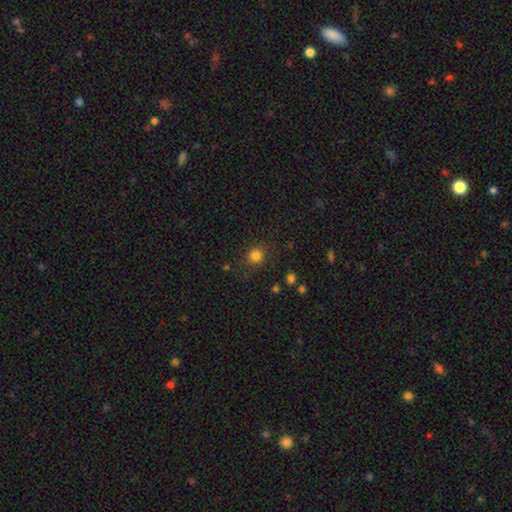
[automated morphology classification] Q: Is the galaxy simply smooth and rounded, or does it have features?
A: smooth — 82%.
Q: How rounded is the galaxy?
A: round — 89%.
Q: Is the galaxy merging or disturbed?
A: none — 84%.